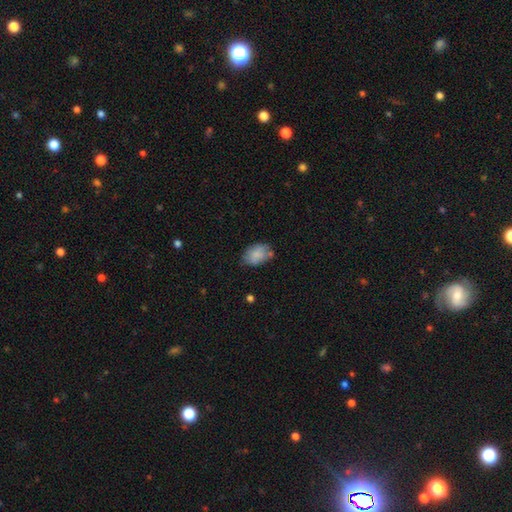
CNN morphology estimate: This appears to be a smooth galaxy with no disk features (80%) that is in between round and cigar-shaped (84%). Merging: none (60%).